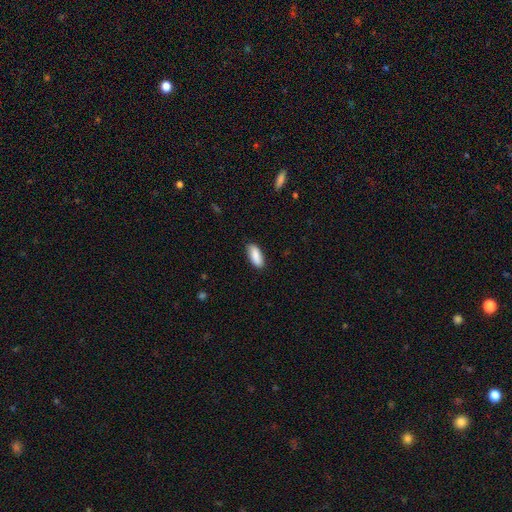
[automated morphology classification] Smooth or featured? Predicted: smooth (p=0.87). How rounded? Predicted: in between (p=0.79). Merging? Predicted: none (p=0.86).